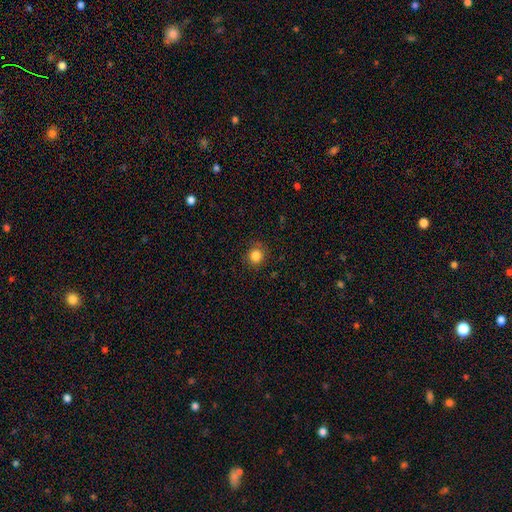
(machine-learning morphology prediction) type=smooth (84%); roundness=round (88%); merging=none (86%).